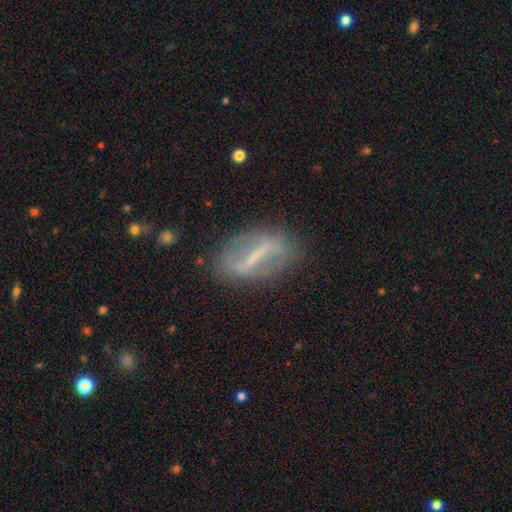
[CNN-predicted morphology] Smooth or featured: featured or disk — 67% (smooth — 24%)
Edge-on disk: no — 83% (yes — 17%)
Bar: strong — 73% (weak — 20%)
Spiral arms: no — 58% (yes — 42%)
Bulge size: small — 41% (none — 38%)
Merging: none — 78% (minor disturbance — 15%)